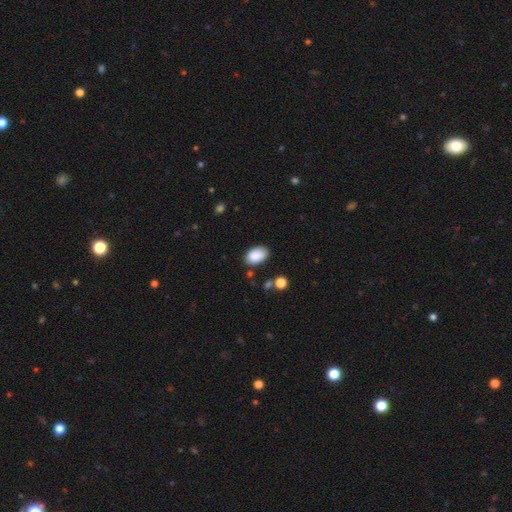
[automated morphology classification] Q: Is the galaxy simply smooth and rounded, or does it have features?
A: smooth — 89%.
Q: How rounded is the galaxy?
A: in between — 91%.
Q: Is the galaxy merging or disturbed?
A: none — 80%.